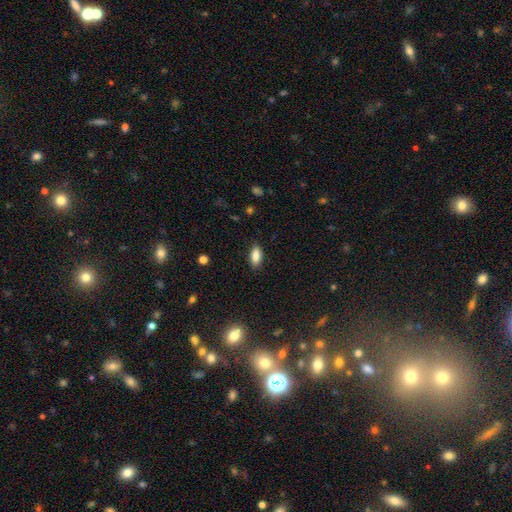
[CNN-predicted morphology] smooth 87%, star or artifact 8%, featured or disk 5%. Down the decision tree: how rounded — in between (86%); merging — none (86%).